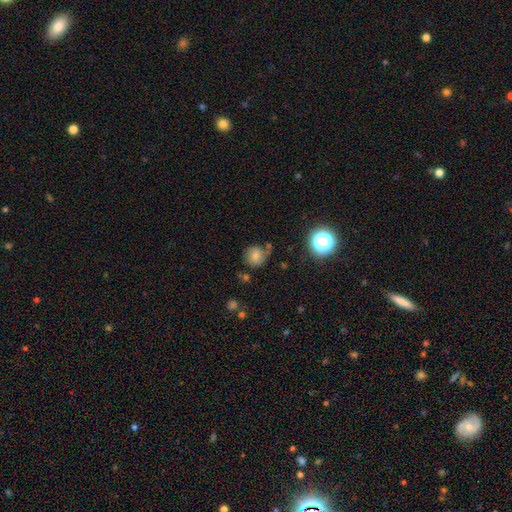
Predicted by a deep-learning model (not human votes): The model was most divided on "merging": none: 64%, minor disturbance: 20%, merger: 9%, major disturbance: 7%. More confident: how rounded — round (85%); smooth or featured — smooth (72%).